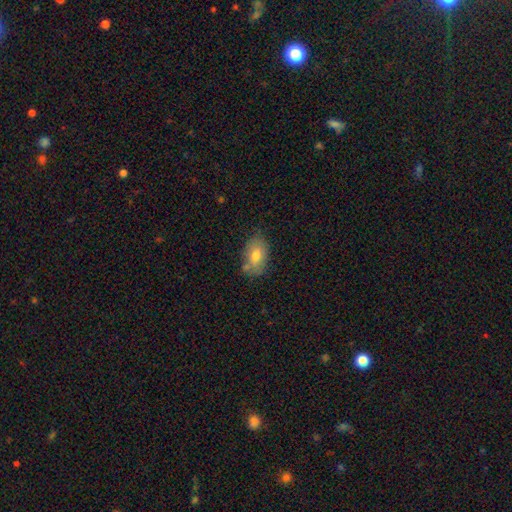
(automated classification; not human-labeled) A smooth galaxy with no disk features (74%) that is in between round and cigar-shaped (88%). Merging: none (66%).